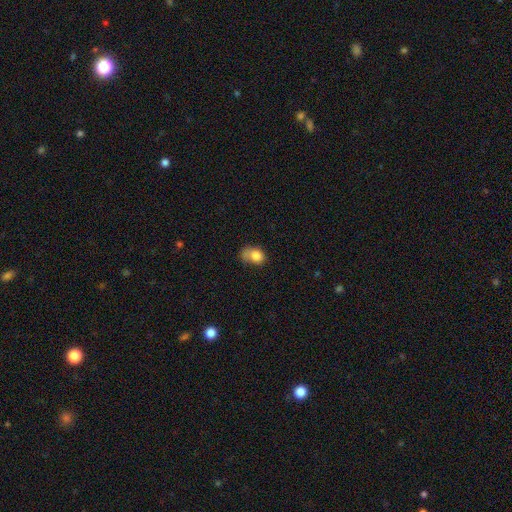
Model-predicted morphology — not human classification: type=smooth (78%); roundness=in between (60%); merging=none (33%).